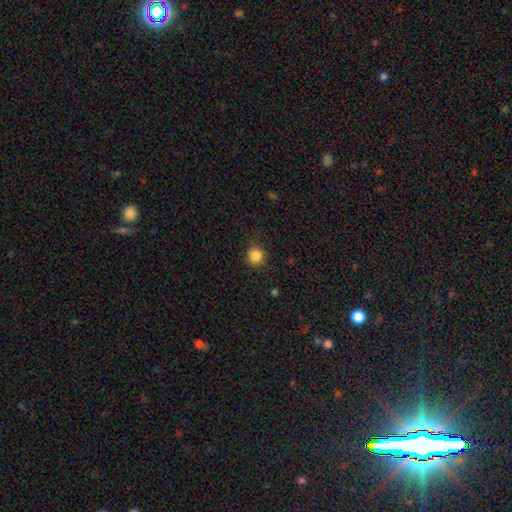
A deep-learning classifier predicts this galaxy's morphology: This appears to be a smooth galaxy with no disk features (85%) that is round (94%). Merging: none (87%).